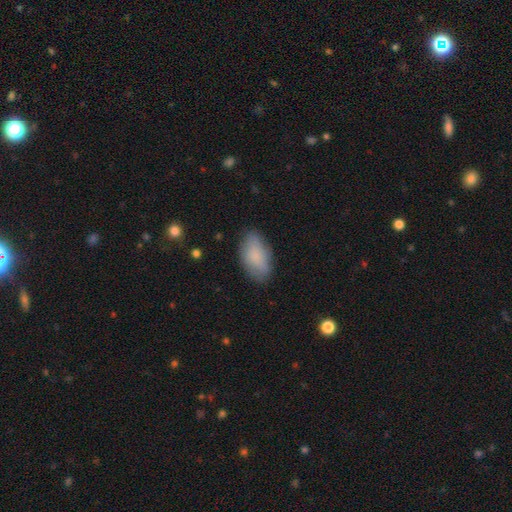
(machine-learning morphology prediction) This is clearly a smooth galaxy (84%). How rounded: clearly in between (94%). Merging: likely none (79%).